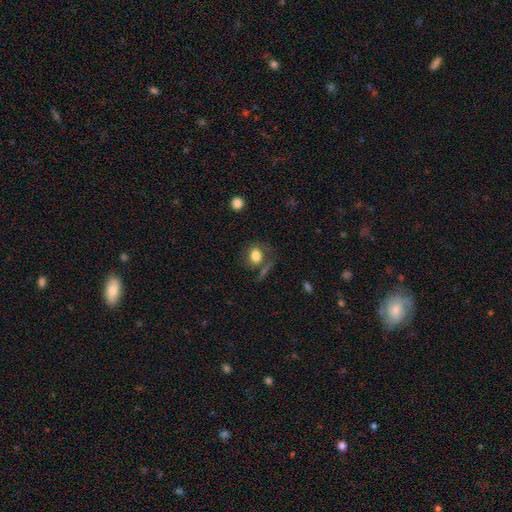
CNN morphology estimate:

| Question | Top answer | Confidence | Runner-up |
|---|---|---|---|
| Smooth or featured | smooth | 79% | featured or disk (11%) |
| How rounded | round | 54% | in between (45%) |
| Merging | none | 61% | minor disturbance (18%) |